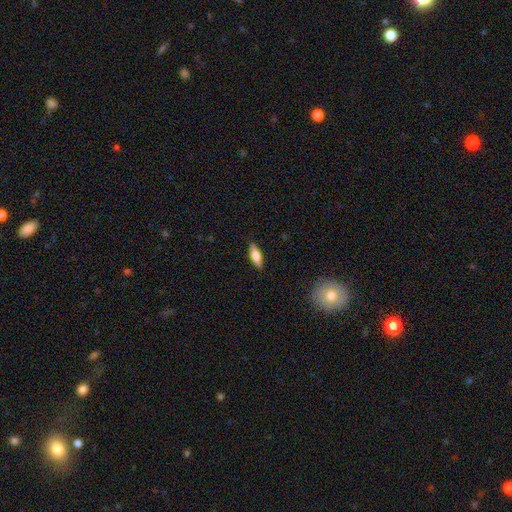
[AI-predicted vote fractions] smooth 57%, featured or disk 37%, star or artifact 6%. Down the decision tree: how rounded — in between (54%); merging — none (88%).